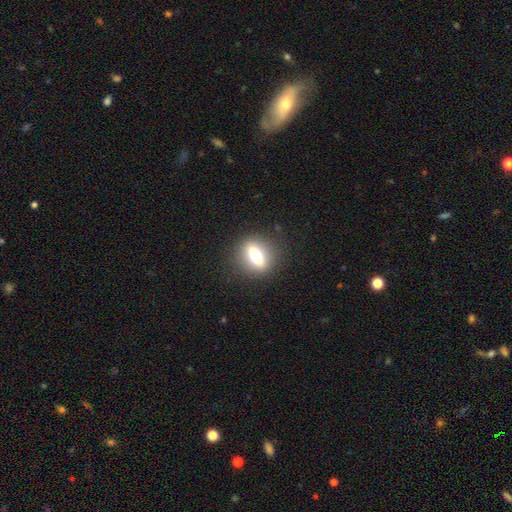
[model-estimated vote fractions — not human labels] Smooth or featured? smooth (52%)
How rounded? in between (45%)
Merging? none (87%)